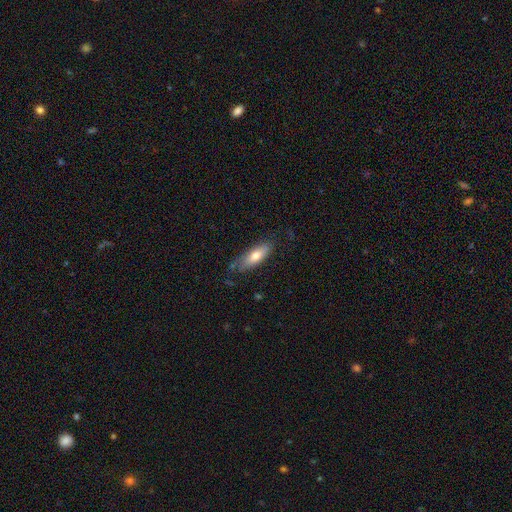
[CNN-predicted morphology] Smooth or featured: smooth — 69% (featured or disk — 25%)
How rounded: in between — 63% (cigar-shaped — 35%)
Merging: none — 68% (minor disturbance — 24%)